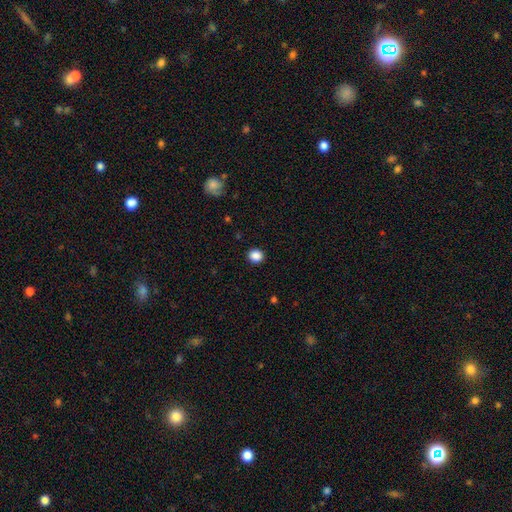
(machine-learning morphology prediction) type=smooth (87%); roundness=round (84%); merging=none (92%).